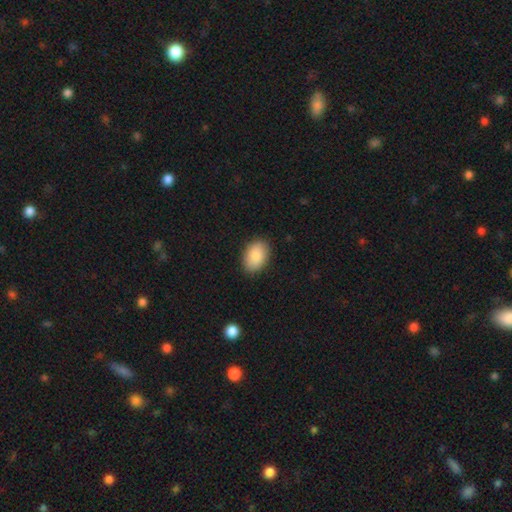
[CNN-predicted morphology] This appears to be a smooth galaxy with no disk features (87%) that is in between round and cigar-shaped (88%). Merging: none (87%).